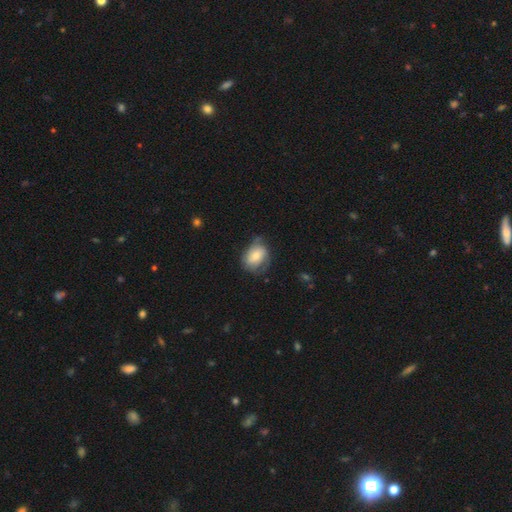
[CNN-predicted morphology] Smooth or featured? smooth (52%)
How rounded? in between (70%)
Merging? none (50%)